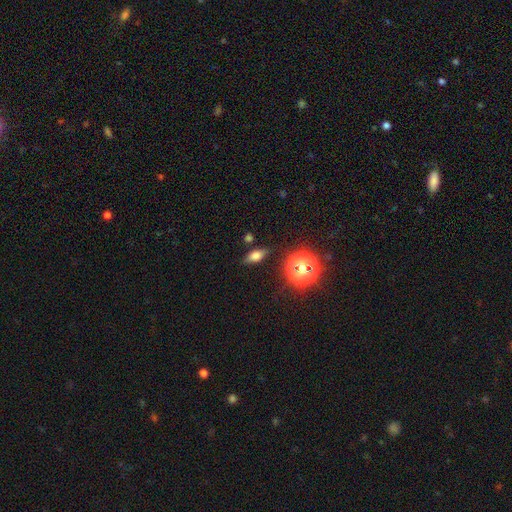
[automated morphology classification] This is likely a smooth galaxy (67%). How rounded: likely in between (71%). Merging: clearly none (82%).